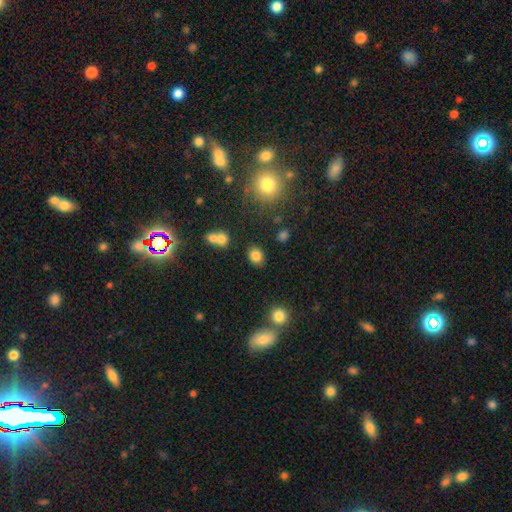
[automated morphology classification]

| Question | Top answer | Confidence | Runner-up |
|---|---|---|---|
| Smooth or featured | smooth | 81% | star or artifact (12%) |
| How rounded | round | 51% | in between (48%) |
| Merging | none | 80% | minor disturbance (11%) |